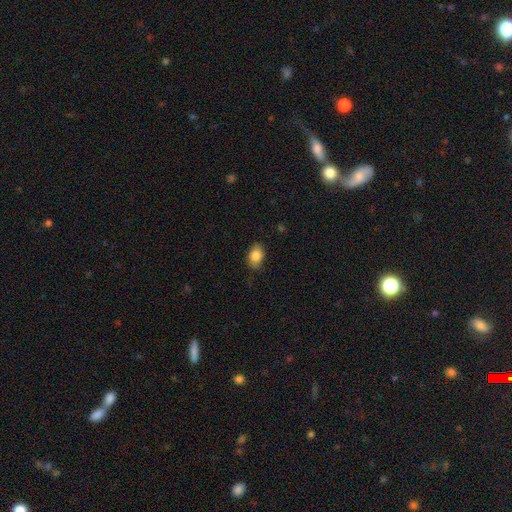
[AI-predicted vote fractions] This appears to be a smooth galaxy with no disk features (85%) that is in between round and cigar-shaped (80%). Merging: none (82%).